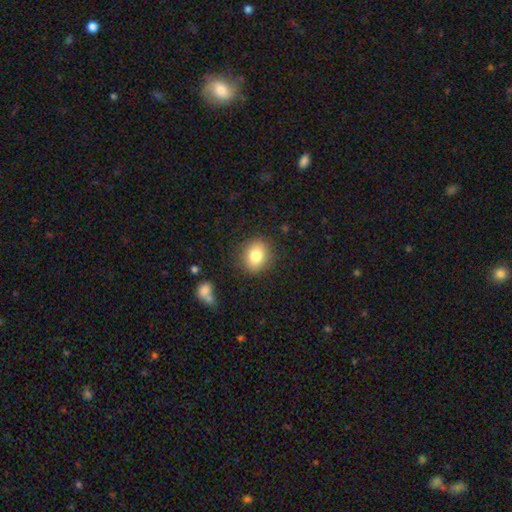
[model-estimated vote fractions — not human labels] smooth 80%, featured or disk 10%, star or artifact 10%. Down the decision tree: how rounded — round (66%); merging — none (87%).